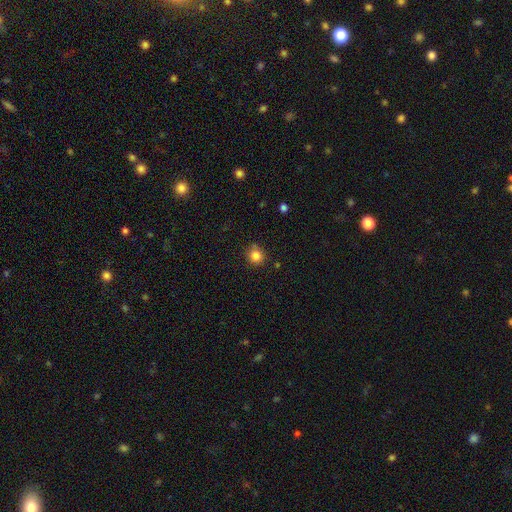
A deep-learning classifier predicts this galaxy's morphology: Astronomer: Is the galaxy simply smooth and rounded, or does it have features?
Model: smooth — 83%.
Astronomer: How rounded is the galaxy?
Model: round — 89%.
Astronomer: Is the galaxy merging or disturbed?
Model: none — 80%.